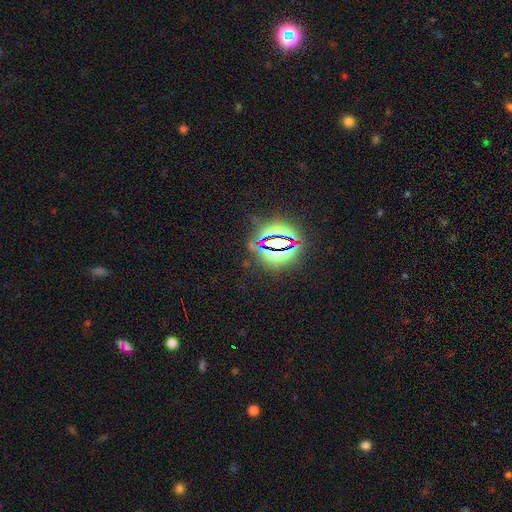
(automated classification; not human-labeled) Overall: star or artifact (83%).